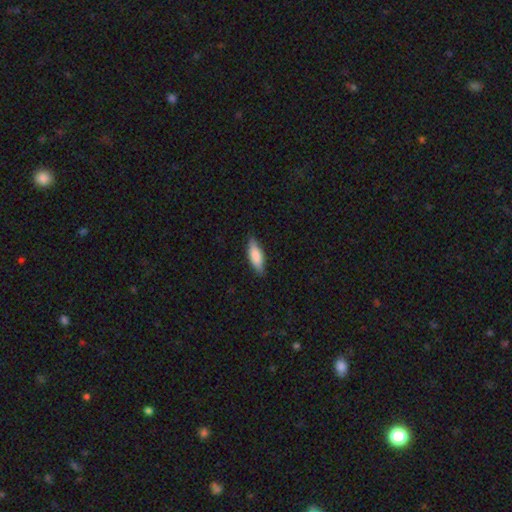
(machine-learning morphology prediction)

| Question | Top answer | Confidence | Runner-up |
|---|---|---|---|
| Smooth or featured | smooth | 80% | featured or disk (14%) |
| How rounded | in between | 59% | cigar-shaped (39%) |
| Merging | none | 83% | minor disturbance (13%) |